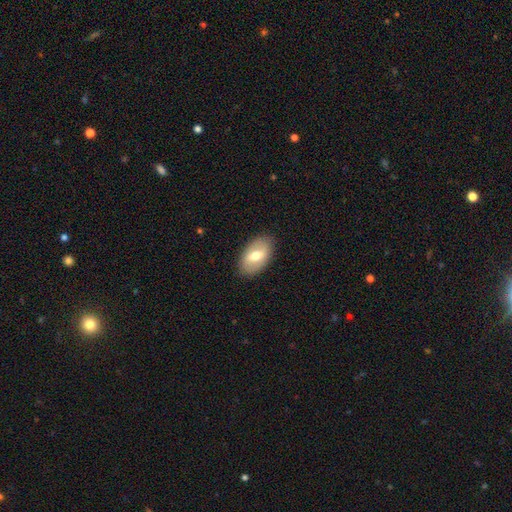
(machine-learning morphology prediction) Q: Smooth or featured?
A: smooth (56%); runner-up: featured or disk (38%)
Q: How rounded?
A: in between (92%); runner-up: round (6%)
Q: Merging?
A: none (86%); runner-up: minor disturbance (10%)